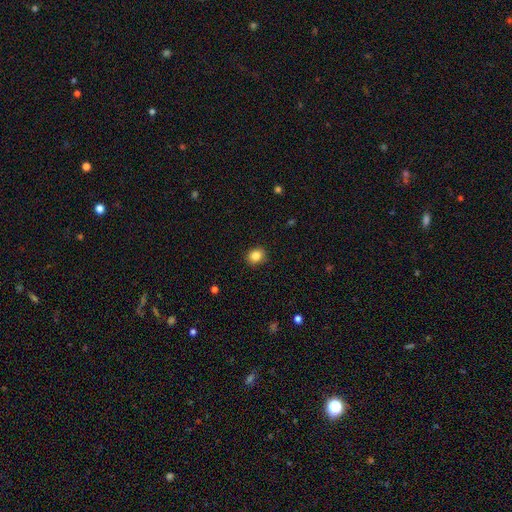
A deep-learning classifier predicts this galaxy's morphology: Smooth or featured? smooth (85%)
How rounded? round (67%)
Merging? none (90%)